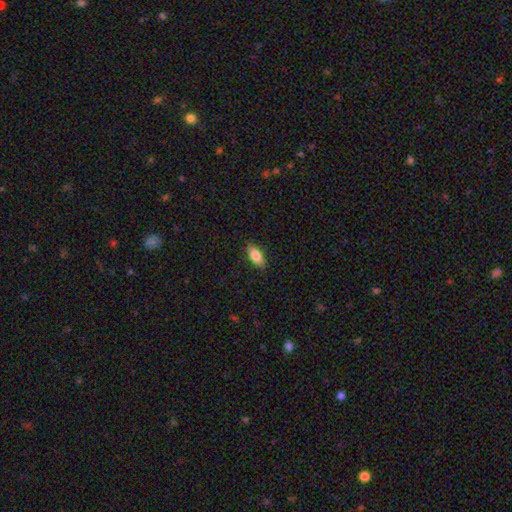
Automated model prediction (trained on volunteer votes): This is clearly a smooth galaxy (83%). How rounded: clearly in between (82%). Merging: clearly none (88%).